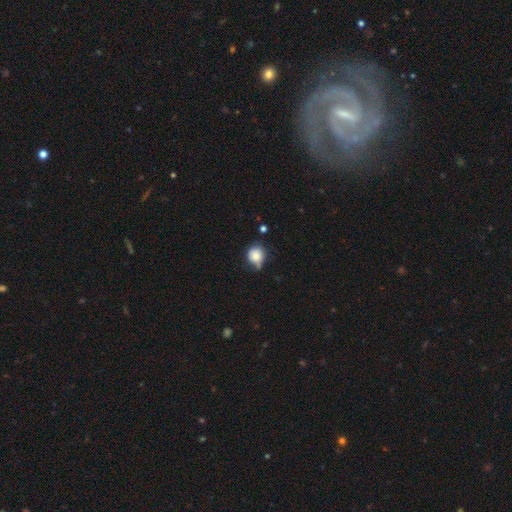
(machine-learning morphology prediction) A smooth galaxy with no disk features (79%) that is round (79%). Merging: none (50%).